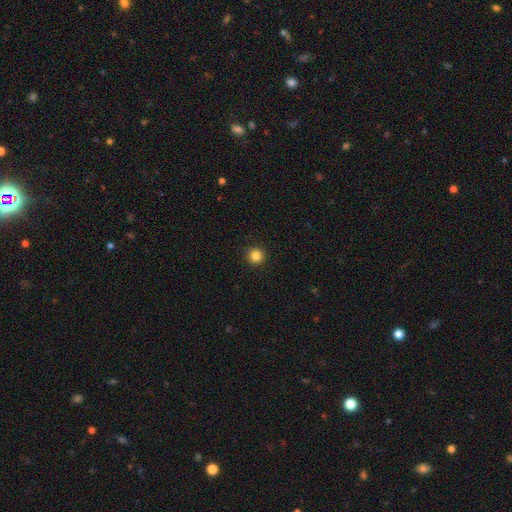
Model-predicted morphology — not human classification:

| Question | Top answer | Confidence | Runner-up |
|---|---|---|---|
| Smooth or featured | smooth | 84% | star or artifact (12%) |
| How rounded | round | 96% | in between (4%) |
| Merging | none | 92% | minor disturbance (5%) |